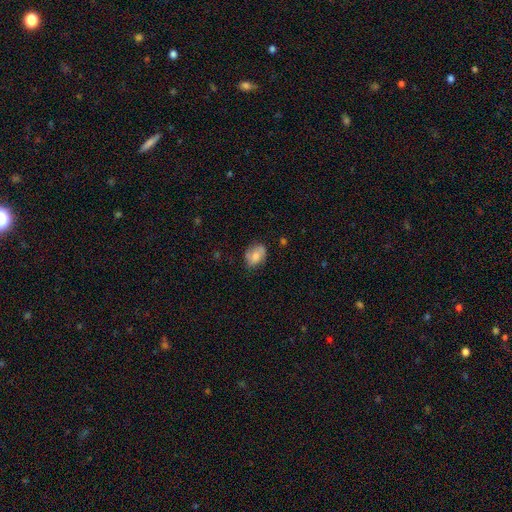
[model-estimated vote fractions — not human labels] Morphology: type=smooth (70%); roundness=in between (72%); merging=none (65%).